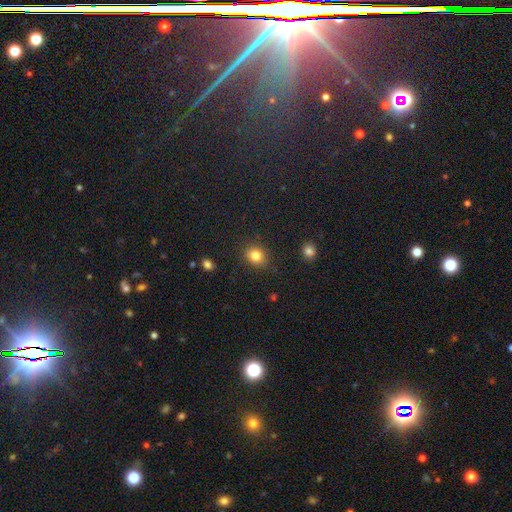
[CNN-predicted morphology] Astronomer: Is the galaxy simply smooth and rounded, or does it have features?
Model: smooth — 83%.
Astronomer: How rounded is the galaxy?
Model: round — 60% (runner-up: in between, 39%).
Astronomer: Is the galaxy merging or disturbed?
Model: none — 85%.